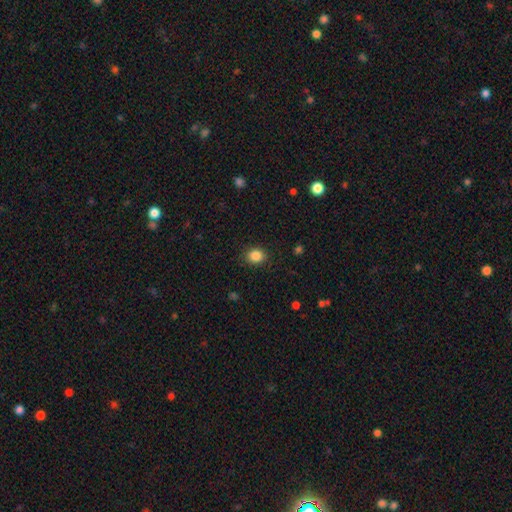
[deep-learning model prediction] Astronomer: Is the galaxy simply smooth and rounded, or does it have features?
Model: smooth — 86%.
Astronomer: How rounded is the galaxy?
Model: round — 63%.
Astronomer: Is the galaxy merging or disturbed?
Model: none — 86%.